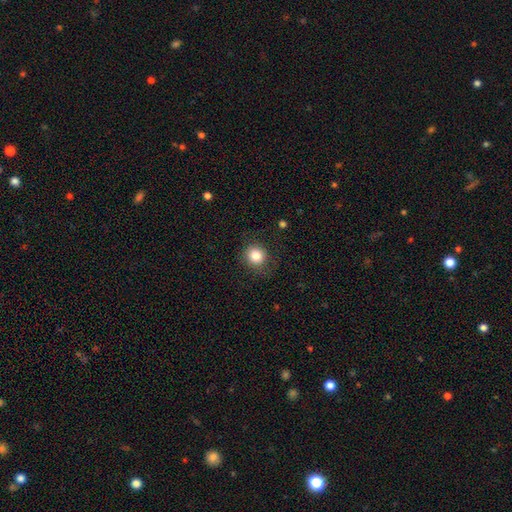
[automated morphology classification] smooth 83%, star or artifact 11%, featured or disk 6%. Down the decision tree: how rounded — round (88%); merging — none (84%).